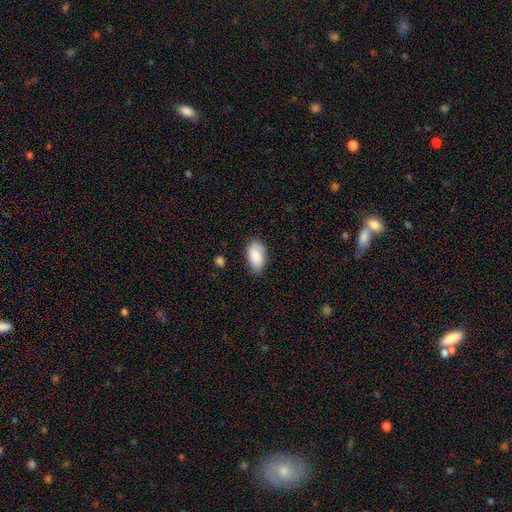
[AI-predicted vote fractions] smooth_or_featured: smooth (p=0.81) [alt: featured or disk p=0.12]
how_rounded: in between (p=0.94) [alt: round p=0.05]
merging: none (p=0.74) [alt: minor disturbance p=0.20]